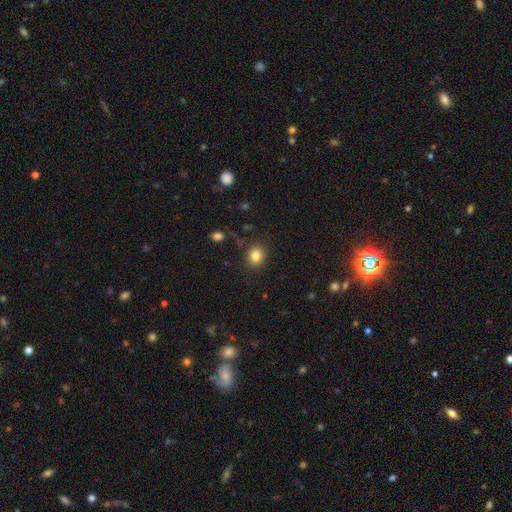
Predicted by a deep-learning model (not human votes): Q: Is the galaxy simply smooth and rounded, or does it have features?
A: smooth — 82%.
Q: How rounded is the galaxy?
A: round — 65%.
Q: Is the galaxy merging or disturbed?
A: none — 85%.